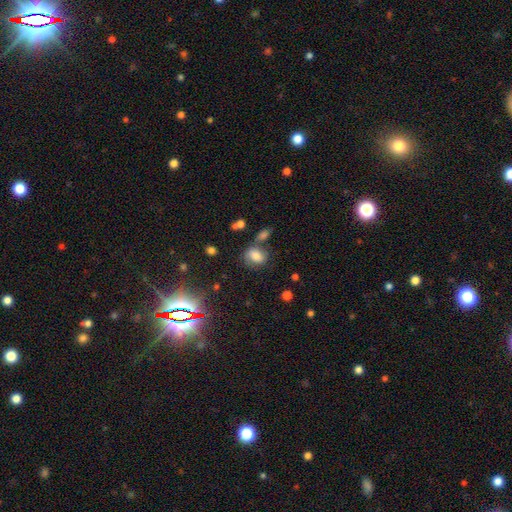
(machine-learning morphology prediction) This is likely a smooth galaxy (70%). How rounded: likely in between (62%). Merging: possibly none (56%).